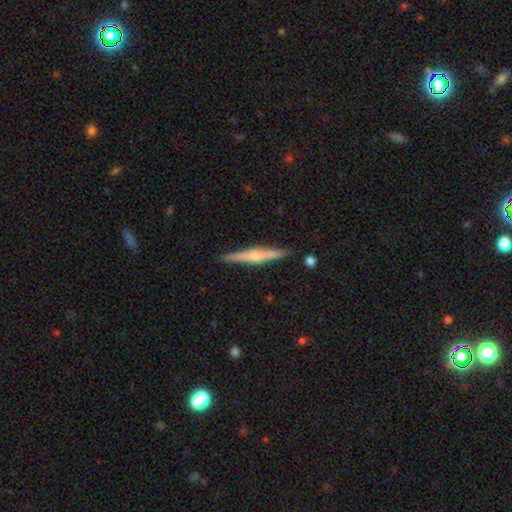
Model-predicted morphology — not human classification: type=featured or disk (68%); edge-on=yes (98%); edge-on bulge=rounded (69%); merging=none (88%).